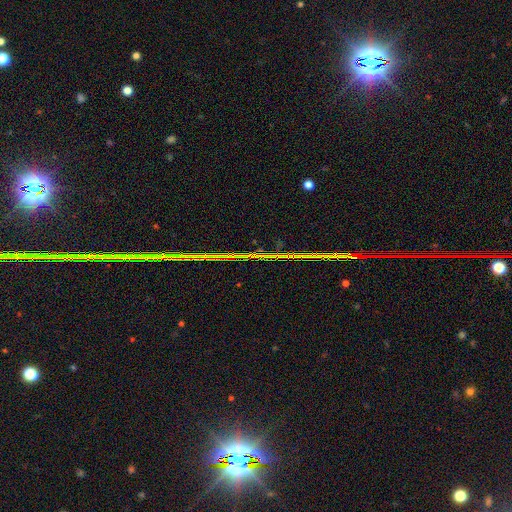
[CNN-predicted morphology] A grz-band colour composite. It shows a star or artifact, not a galaxy (85%).